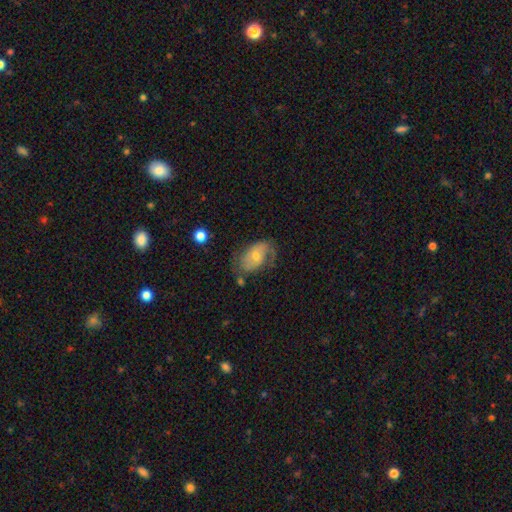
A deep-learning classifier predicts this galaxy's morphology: smooth-or-featured: featured or disk: 55% | smooth: 37% | star or artifact: 8%
  disk-edge-on: no: 94% | yes: 6%
    bar: no: 68% | weak: 25% | strong: 7%
    has-spiral-arms: yes: 69% | no: 31%
    bulge-size: moderate: 48% | small: 47% | large: 3% | none: 2% | dominant: 1%
  merging: none: 54% | minor disturbance: 26% | major disturbance: 16% | merger: 3%